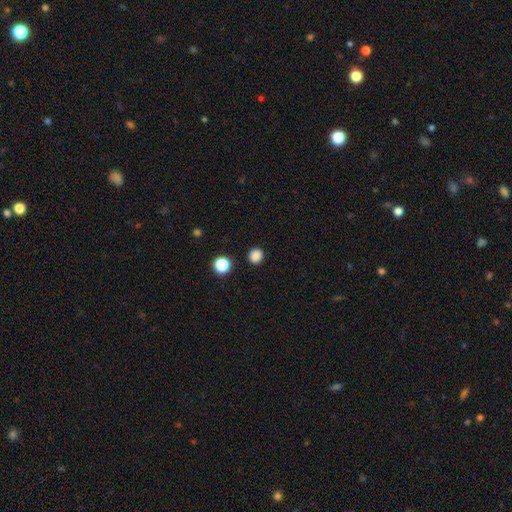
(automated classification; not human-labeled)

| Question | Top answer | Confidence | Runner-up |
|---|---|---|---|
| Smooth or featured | smooth | 85% | star or artifact (12%) |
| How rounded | round | 84% | in between (15%) |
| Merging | none | 90% | minor disturbance (6%) |